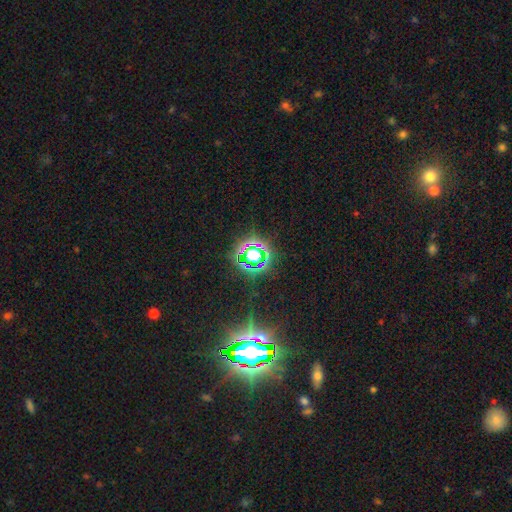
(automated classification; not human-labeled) star or artifact 70%, smooth 19%, featured or disk 10%.